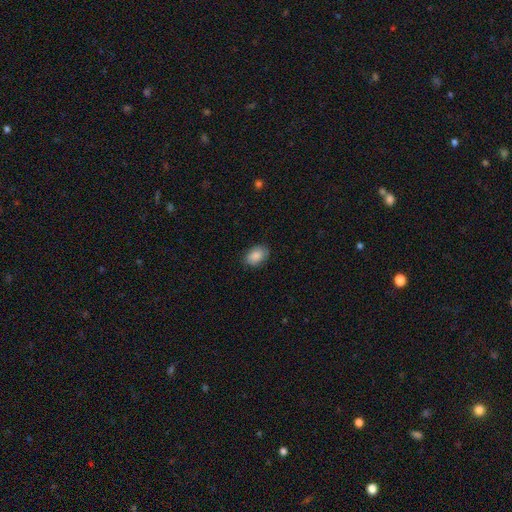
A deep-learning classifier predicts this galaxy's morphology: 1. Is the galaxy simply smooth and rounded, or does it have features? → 88% smooth, 7% star or artifact, 5% featured or disk.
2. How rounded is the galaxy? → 87% in between, 11% round, 1% cigar-shaped.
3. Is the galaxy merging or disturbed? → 84% none, 12% minor disturbance, 3% major disturbance, 1% merger.